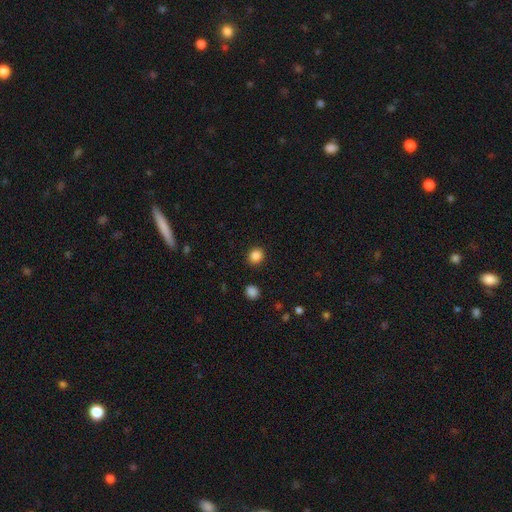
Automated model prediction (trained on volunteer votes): smooth_or_featured: smooth (p=0.86) [alt: star or artifact p=0.11]
how_rounded: round (p=0.83) [alt: in between p=0.16]
merging: none (p=0.90) [alt: minor disturbance p=0.06]